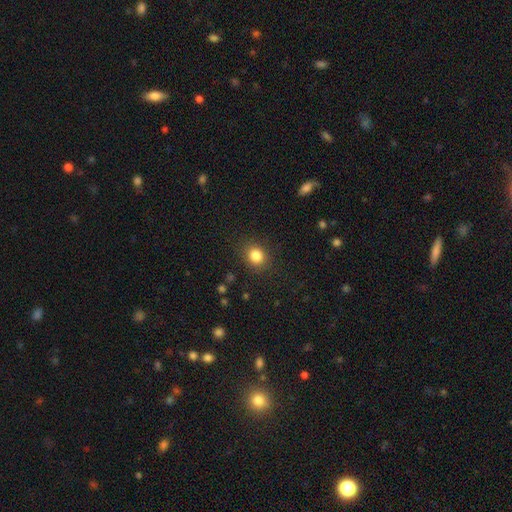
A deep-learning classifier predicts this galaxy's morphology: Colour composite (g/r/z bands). It shows a smooth galaxy with no disk features (84%) that is round (74%). Merging: none (88%).